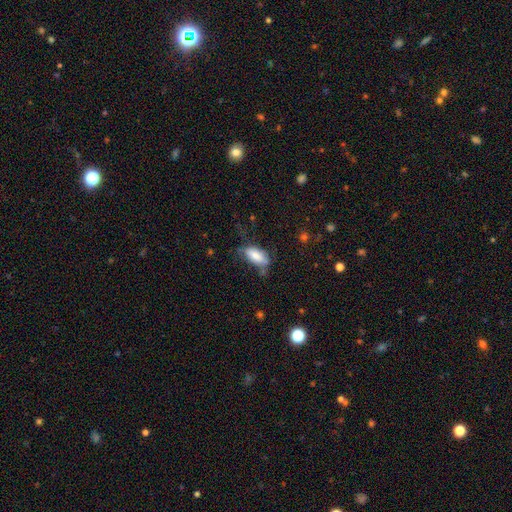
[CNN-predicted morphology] smooth 73%, featured or disk 19%, star or artifact 8%. Down the decision tree: how rounded — in between (85%); merging — none (39%).